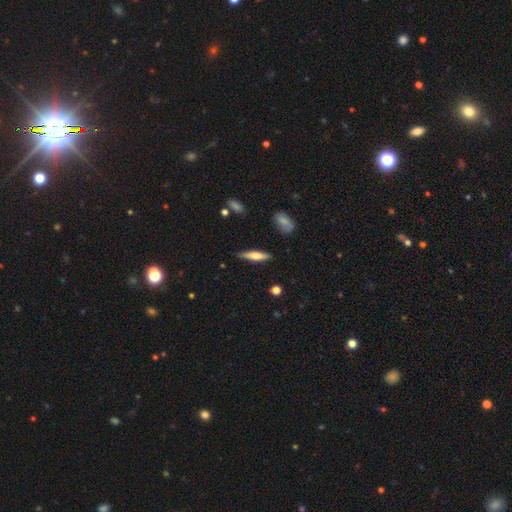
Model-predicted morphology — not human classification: smooth 55%, featured or disk 38%, star or artifact 6%. Down the decision tree: how rounded — cigar-shaped (73%); merging — none (80%).